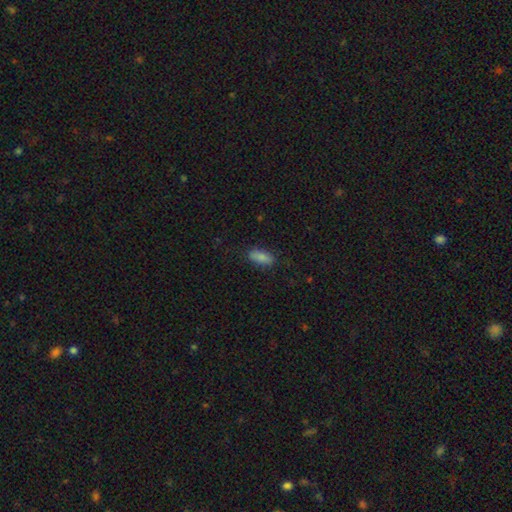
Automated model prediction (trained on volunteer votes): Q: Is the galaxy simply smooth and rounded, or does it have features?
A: smooth — 79%.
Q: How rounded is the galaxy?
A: in between — 81%.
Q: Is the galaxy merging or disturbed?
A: none — 84%.